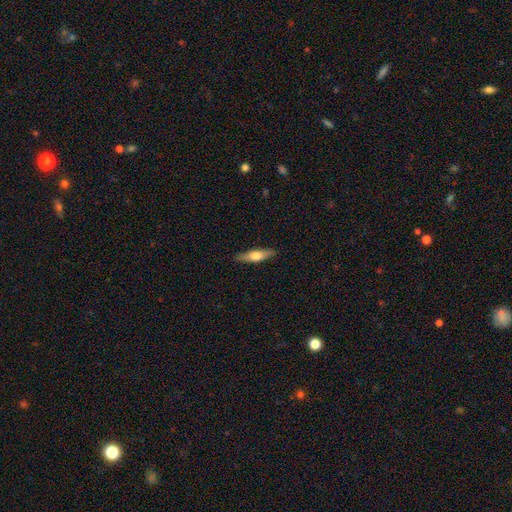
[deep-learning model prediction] Overall: smooth (59%; featured or disk 35%). How rounded: cigar-shaped (67%; in between 30%). Merging: none (88%).